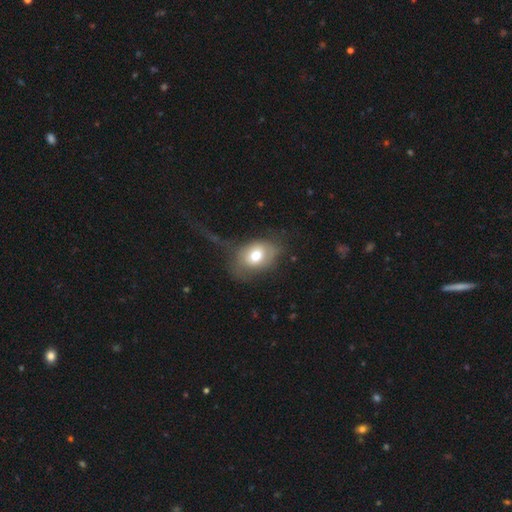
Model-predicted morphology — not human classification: Smooth or featured: smooth — 68% (featured or disk — 24%)
How rounded: in between — 72% (round — 27%)
Merging: none — 37% (major disturbance — 35%)